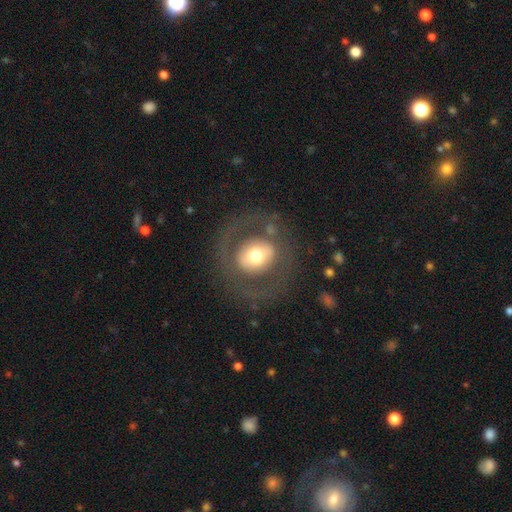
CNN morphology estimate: Smooth or featured? Predicted: smooth (p=0.46, tied with featured or disk). Merging? Predicted: none (p=0.74).